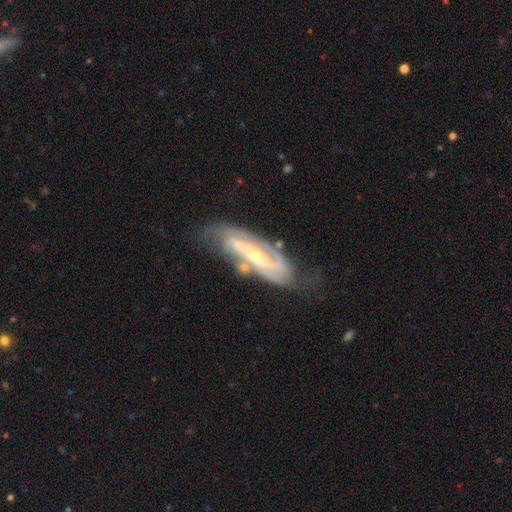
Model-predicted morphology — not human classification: The model was most divided on "spiral winding": tight: 42%, medium: 40%, loose: 18%. Remaining: spiral arms — yes (93%); edge-on disk — no (86%); smooth or featured — featured or disk (85%); spiral arm count — 2 (68%); bulge size — small (64%); merging — none (64%); bar — strong (41%).